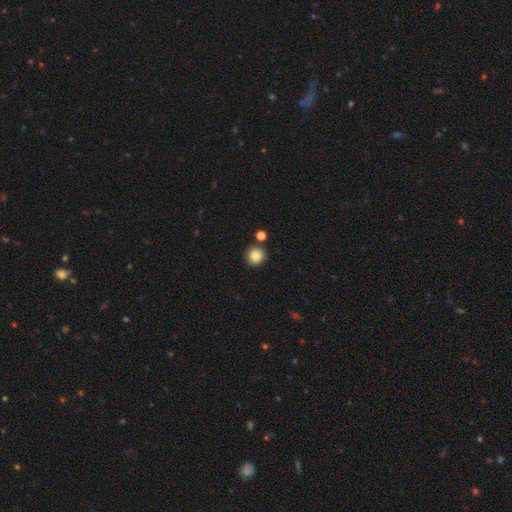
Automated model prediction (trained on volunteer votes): Smooth or featured?
  - smooth: 84% *
  - star or artifact: 10%
  - featured or disk: 6%
How rounded?
  - round: 92% *
  - in between: 7%
  - cigar-shaped: 1%
Merging?
  - none: 85% *
  - minor disturbance: 7%
  - merger: 6%
  - major disturbance: 2%